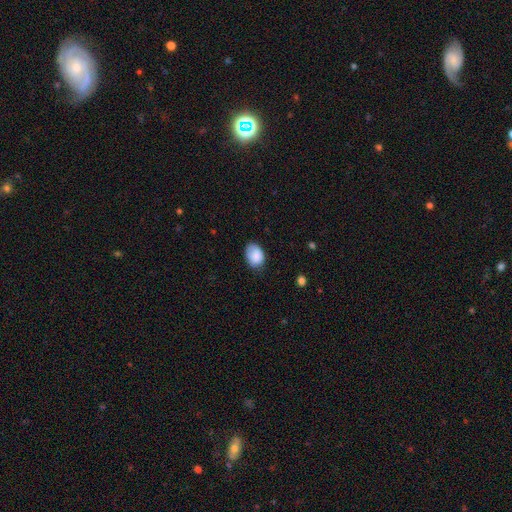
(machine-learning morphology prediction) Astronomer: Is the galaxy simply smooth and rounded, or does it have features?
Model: smooth — 85%.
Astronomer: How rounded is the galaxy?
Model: in between — 78%.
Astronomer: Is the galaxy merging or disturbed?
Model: none — 65%.